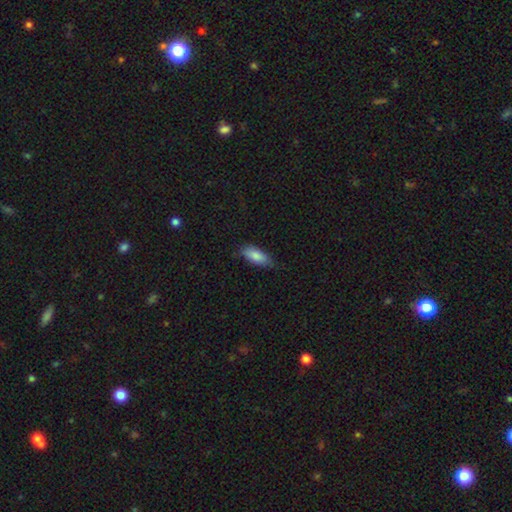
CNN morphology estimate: smooth 84%, featured or disk 10%, star or artifact 6%. Down the decision tree: how rounded — in between (81%); merging — none (76%).